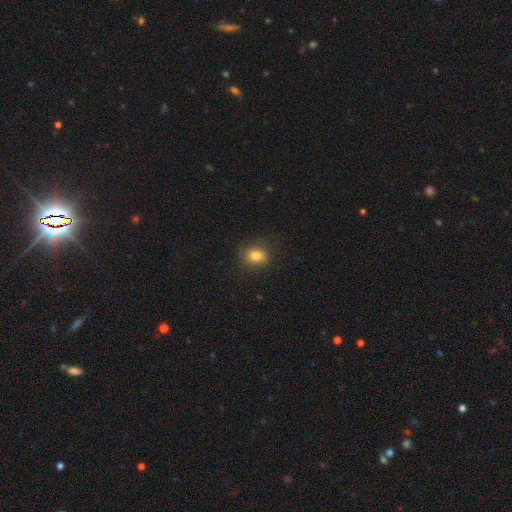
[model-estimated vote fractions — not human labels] Morphology: type=smooth (82%); roundness=in between (56%); merging=none (80%).